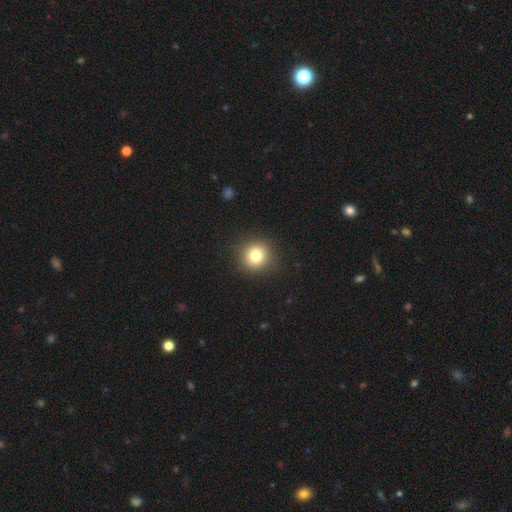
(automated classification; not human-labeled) Overall: smooth (80%). How rounded: round (90%). Merging: none (89%).